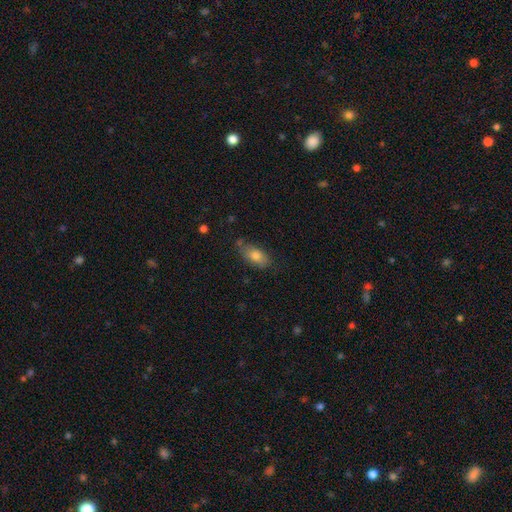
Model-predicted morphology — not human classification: smooth_or_featured: smooth (p=0.78) [alt: featured or disk p=0.14]
how_rounded: in between (p=0.89) [alt: cigar-shaped p=0.07]
merging: none (p=0.66) [alt: minor disturbance p=0.24]